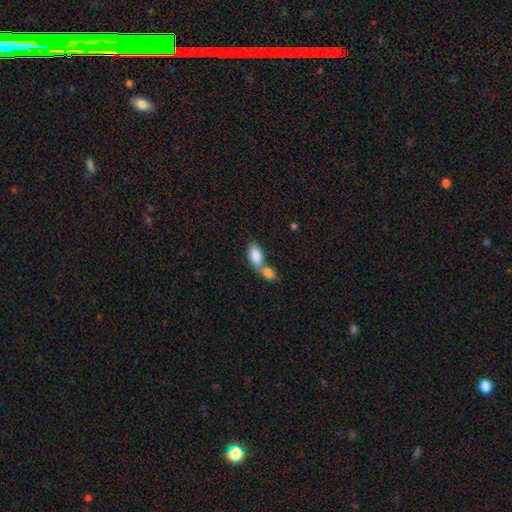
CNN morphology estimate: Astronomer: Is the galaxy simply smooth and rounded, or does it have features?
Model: smooth — 82%.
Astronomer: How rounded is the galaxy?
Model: in between — 91%.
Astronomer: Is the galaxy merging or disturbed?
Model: merger — 68%.